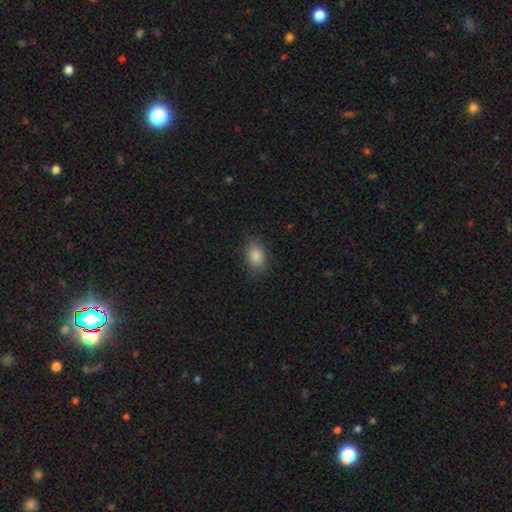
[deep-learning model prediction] The model was most divided on "how rounded": in between: 78%, round: 21%, cigar-shaped: 1%. More confident: smooth or featured — smooth (85%); merging — none (84%).